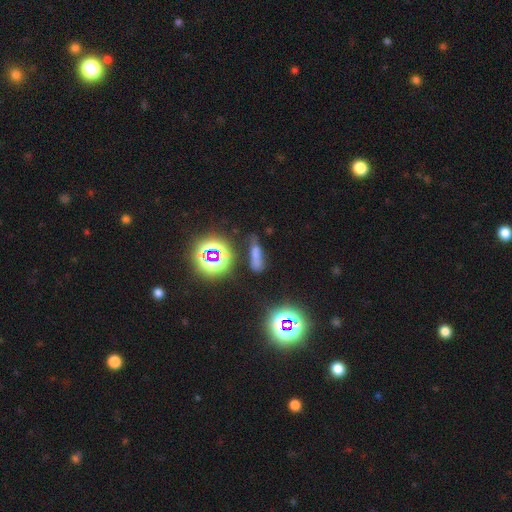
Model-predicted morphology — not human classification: smooth 51%, star or artifact 35%, featured or disk 14%. Down the decision tree: how rounded — cigar-shaped (56%); merging — none (53%).